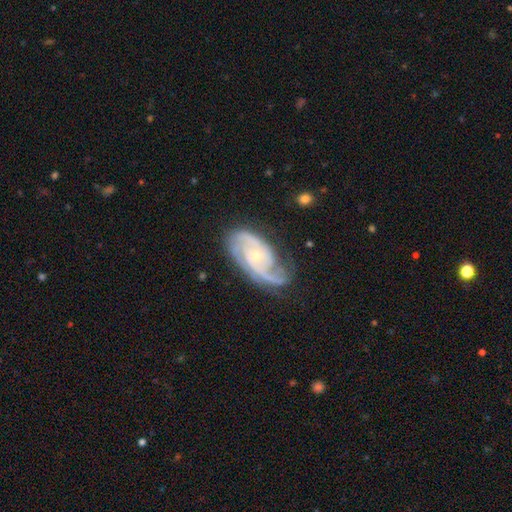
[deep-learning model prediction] A featured or disk galaxy (91%) with no bar (67%), 2 (46%) tight (51%) spiral arms (98%) and a small central bulge (66%). Merging: none (70%).